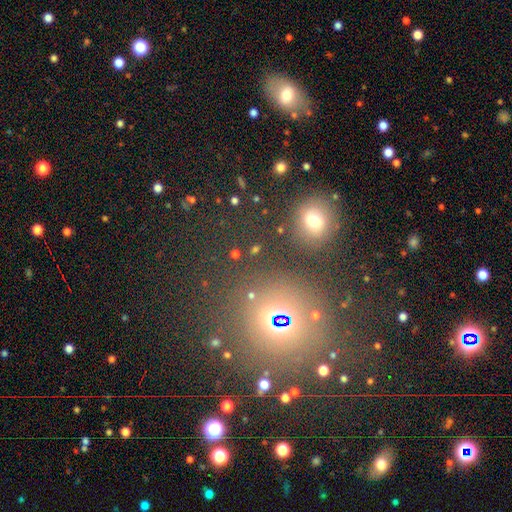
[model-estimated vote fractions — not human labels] Smooth or featured?
  - star or artifact: 57% *
  - smooth: 28%
  - featured or disk: 15%